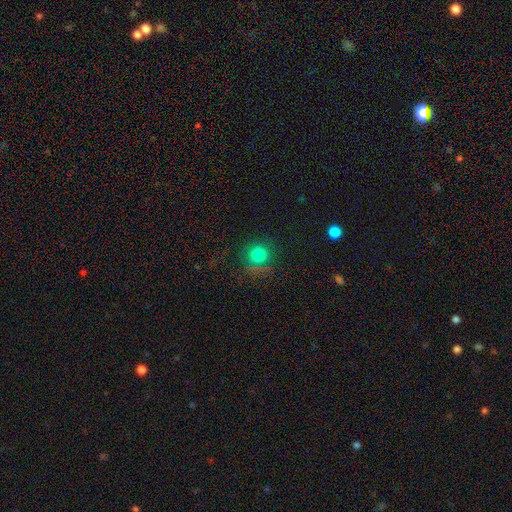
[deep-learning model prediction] Morphology: type=smooth (64%); roundness=round (88%); merging=none (68%).